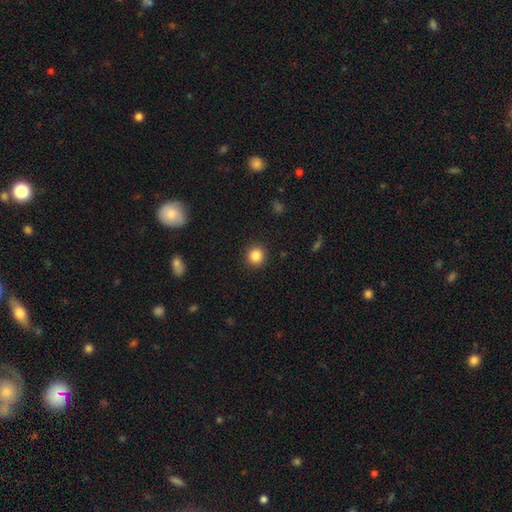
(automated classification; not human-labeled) Smooth or featured?
  - smooth: 86% *
  - star or artifact: 10%
  - featured or disk: 4%
How rounded?
  - round: 93% *
  - in between: 6%
  - cigar-shaped: 1%
Merging?
  - none: 92% *
  - minor disturbance: 5%
  - major disturbance: 2%
  - merger: 1%